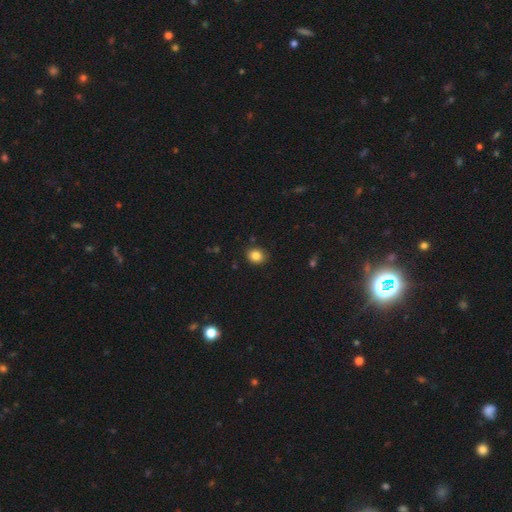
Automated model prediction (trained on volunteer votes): Smooth or featured: smooth — 84% (star or artifact — 11%)
How rounded: round — 60% (in between — 39%)
Merging: none — 86% (minor disturbance — 10%)